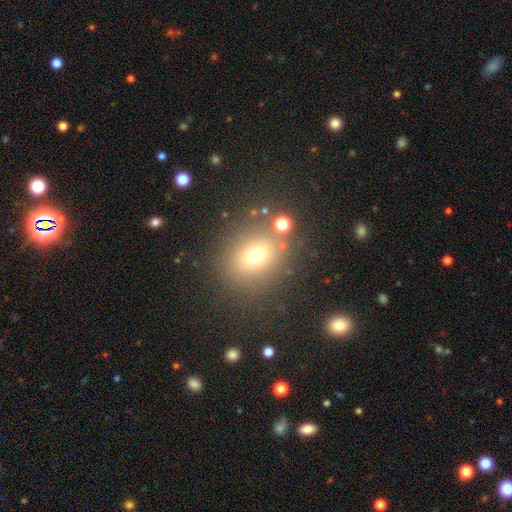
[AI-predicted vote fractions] Smooth or featured? smooth (69%)
How rounded? round (61%)
Merging? none (78%)